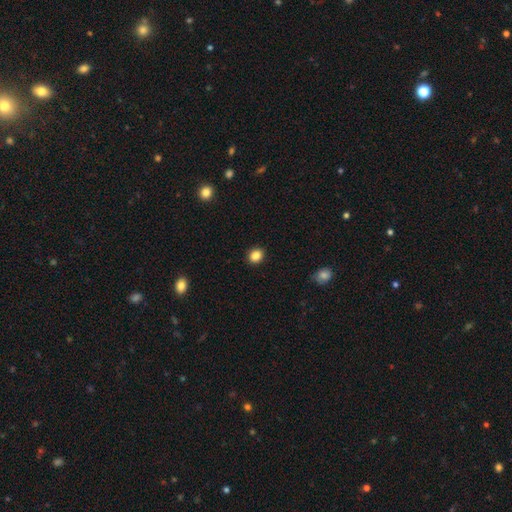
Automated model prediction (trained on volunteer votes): This appears to be a smooth galaxy with no disk features (86%) that is round (71%). Merging: none (91%).